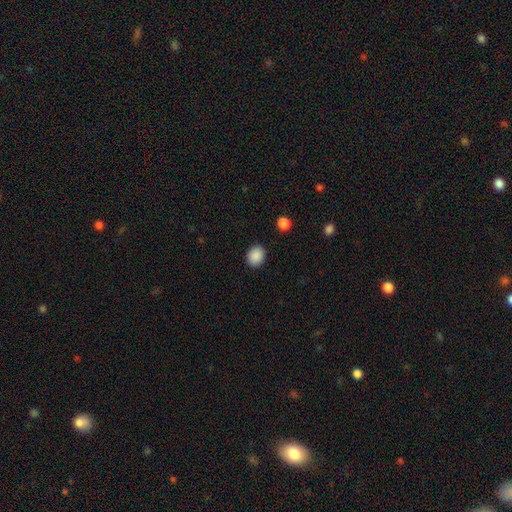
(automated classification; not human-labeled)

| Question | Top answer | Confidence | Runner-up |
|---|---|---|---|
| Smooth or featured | smooth | 89% | star or artifact (8%) |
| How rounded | round | 62% | in between (37%) |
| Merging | none | 89% | minor disturbance (8%) |